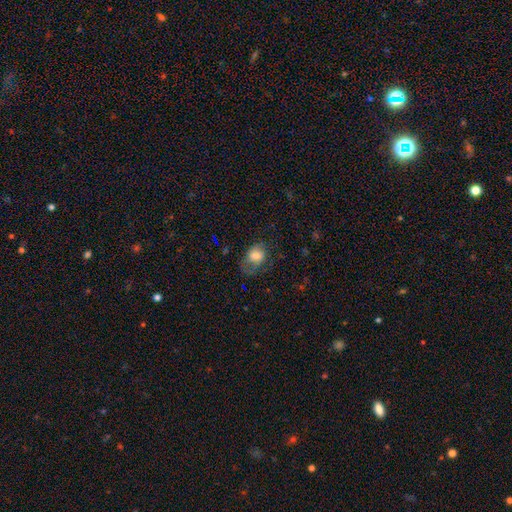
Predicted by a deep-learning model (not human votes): This is likely a smooth galaxy (66%). How rounded: likely in between (66%). Merging: possibly none (45%).